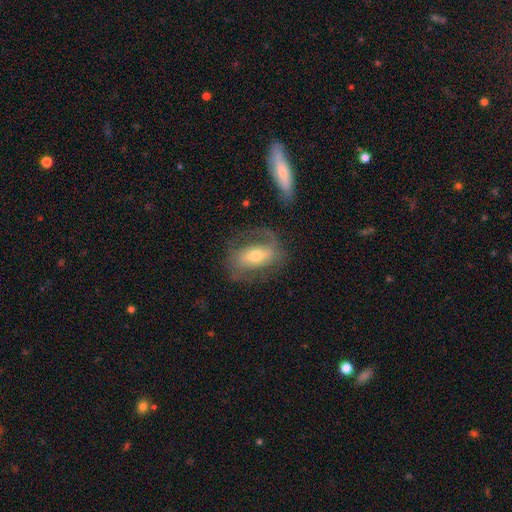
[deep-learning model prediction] Smooth or featured?
  - featured or disk: 69% *
  - smooth: 24%
  - star or artifact: 7%
Edge-on disk?
  - no: 92% *
  - yes: 8%
Bar?
  - strong: 41% *
  - weak: 36%
  - no: 23%
Spiral arms?
  - yes: 80% *
  - no: 20%
Spiral winding?
  - medium: 44% *
  - loose: 32%
  - tight: 24%
Spiral arm count?
  - 2: 68% *
  - 1: 17%
  - can't tell: 11%
  - 3: 1%
  - 4: 1%
  - more than 4: 1%
Bulge size?
  - moderate: 63% *
  - small: 28%
  - large: 6%
  - none: 1%
  - dominant: 1%
Merging?
  - none: 61% *
  - minor disturbance: 19%
  - major disturbance: 16%
  - merger: 4%